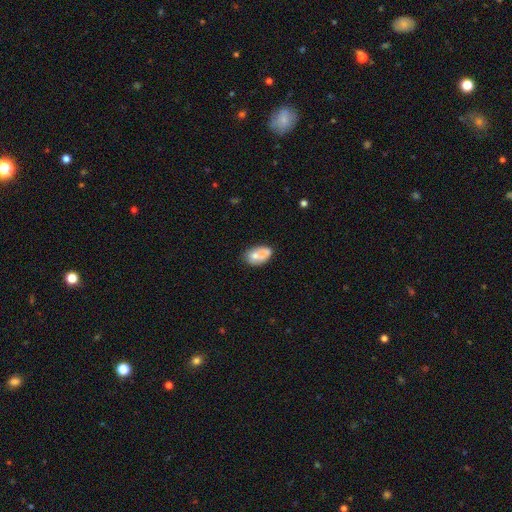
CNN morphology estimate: smooth 66%, featured or disk 26%, star or artifact 8%. Down the decision tree: how rounded — in between (85%); merging — none (42%).